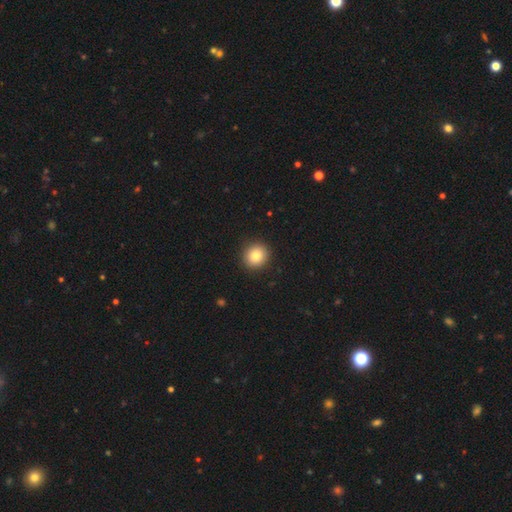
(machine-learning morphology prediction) type=smooth (83%); roundness=round (89%); merging=none (92%).